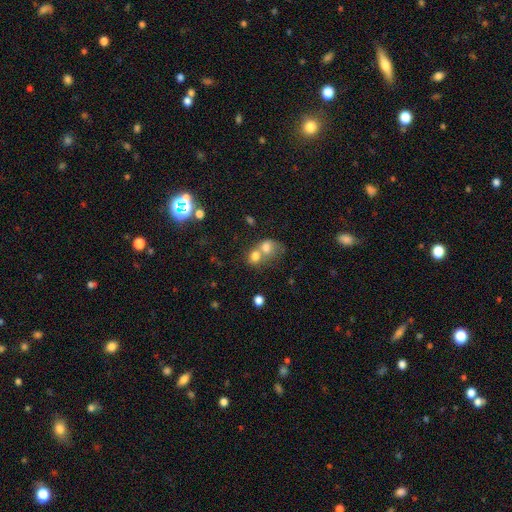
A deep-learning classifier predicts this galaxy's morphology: This appears to be a smooth galaxy with no disk features (71%) that is round (58%). Merging: merger (71%).